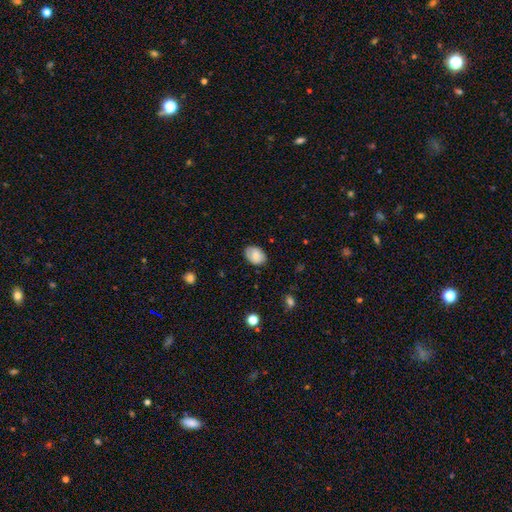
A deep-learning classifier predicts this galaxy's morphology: The model was most divided on "how rounded": in between: 80%, round: 19%, cigar-shaped: 1%. More confident: merging — none (79%); smooth or featured — smooth (78%).